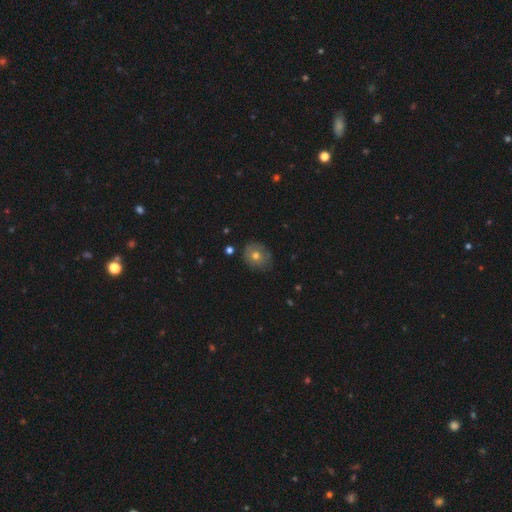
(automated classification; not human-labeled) Morphology: type=smooth (65%); roundness=round (71%); merging=none (74%).